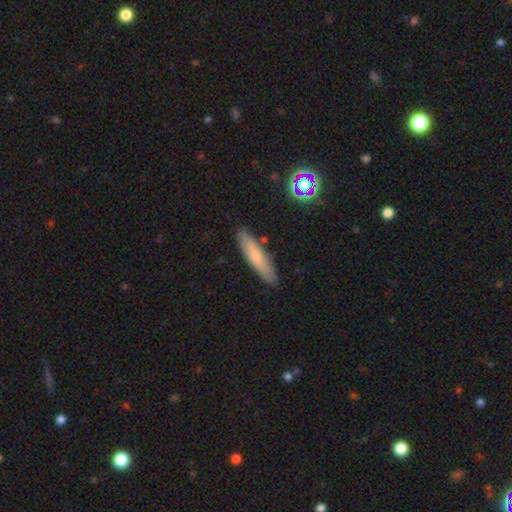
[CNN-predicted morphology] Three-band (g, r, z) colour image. It shows a smooth galaxy with no disk features (66%) that is cigar-shaped (81%). Merging: none (86%).